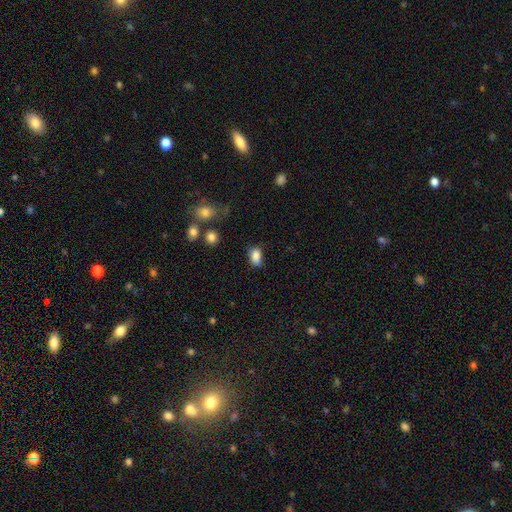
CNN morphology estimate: Q: Smooth or featured?
A: smooth (85%); runner-up: star or artifact (9%)
Q: How rounded?
A: in between (83%); runner-up: round (15%)
Q: Merging?
A: none (55%); runner-up: minor disturbance (33%)